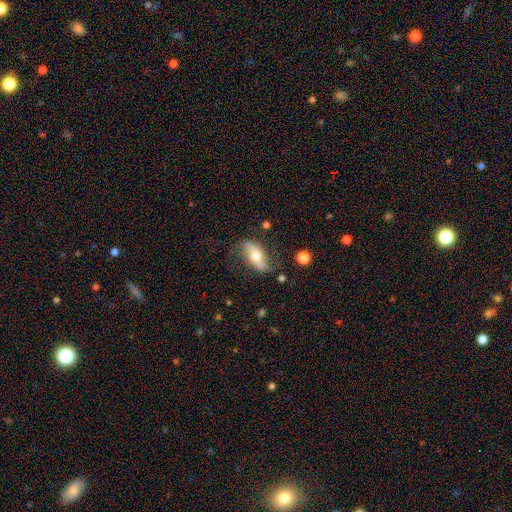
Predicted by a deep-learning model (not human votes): Smooth or featured: featured or disk — 63% (smooth — 31%)
Edge-on disk: no — 81% (yes — 19%)
Bar: no — 48% (weak — 27%)
Spiral arms: yes — 83% (no — 17%)
Bulge size: moderate — 64% (large — 16%)
Merging: none — 67% (minor disturbance — 21%)